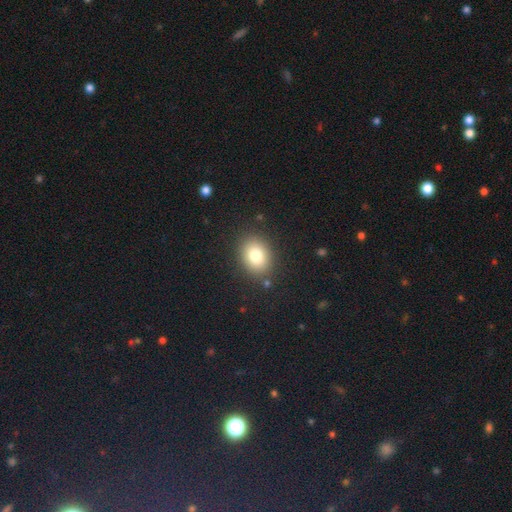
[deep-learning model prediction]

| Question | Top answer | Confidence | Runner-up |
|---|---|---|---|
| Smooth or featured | smooth | 81% | star or artifact (10%) |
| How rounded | in between | 58% | round (41%) |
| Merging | none | 86% | minor disturbance (9%) |